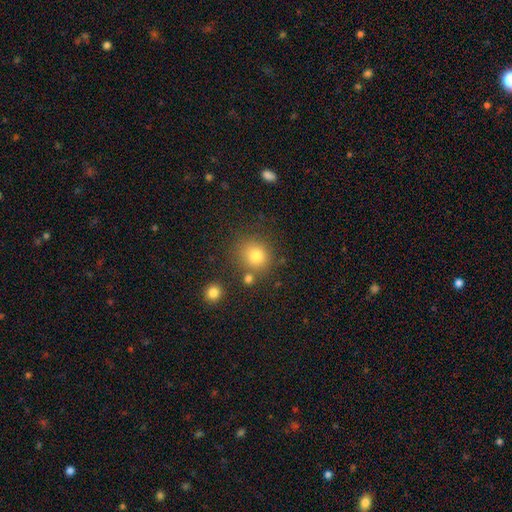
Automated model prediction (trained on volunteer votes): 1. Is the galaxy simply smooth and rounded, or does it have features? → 80% smooth, 13% star or artifact, 7% featured or disk.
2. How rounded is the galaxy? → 84% round, 15% in between, 1% cigar-shaped.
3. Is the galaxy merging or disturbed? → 75% none, 11% minor disturbance, 10% merger, 4% major disturbance.